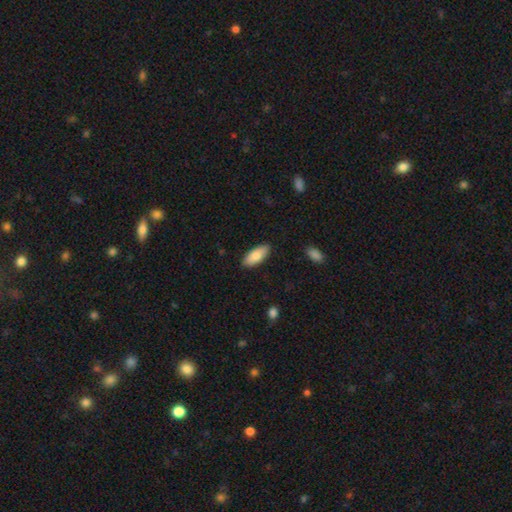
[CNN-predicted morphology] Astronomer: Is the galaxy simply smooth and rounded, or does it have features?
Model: smooth — 84%.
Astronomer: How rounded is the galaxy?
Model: in between — 85%.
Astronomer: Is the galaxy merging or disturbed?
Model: none — 87%.